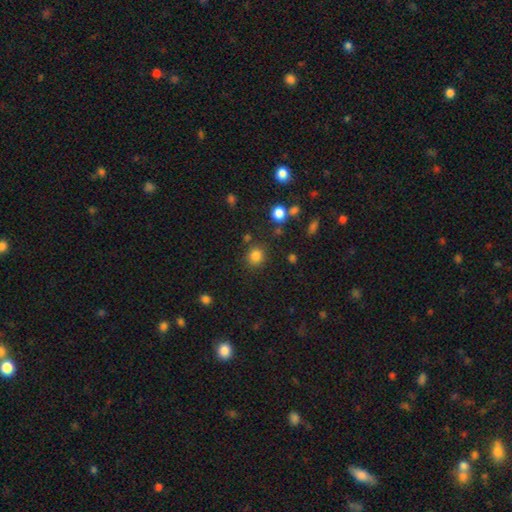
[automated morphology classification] This is clearly a smooth galaxy (83%). How rounded: clearly round (83%). Merging: clearly none (82%).